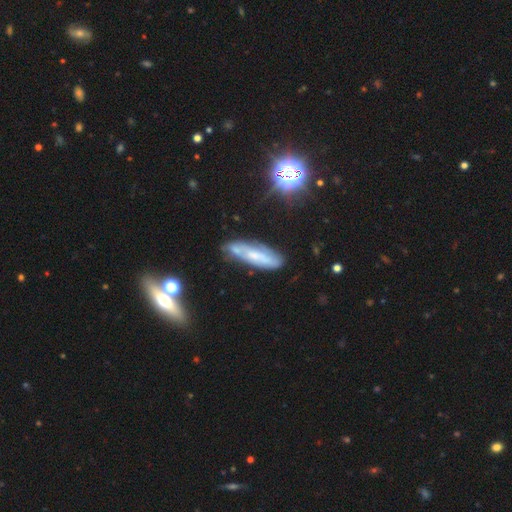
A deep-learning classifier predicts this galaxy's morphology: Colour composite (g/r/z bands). It shows a featured or disk galaxy (50%). Merging: none (66%).